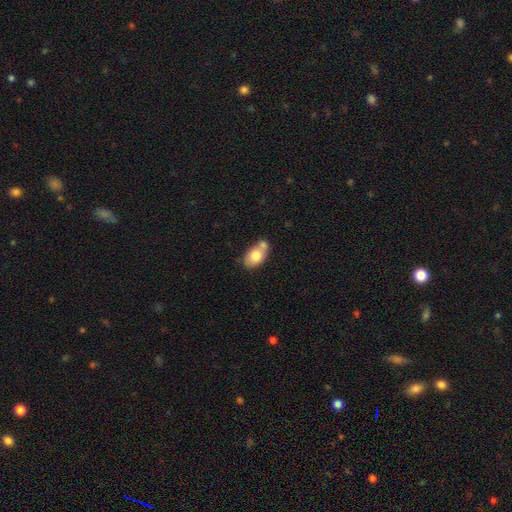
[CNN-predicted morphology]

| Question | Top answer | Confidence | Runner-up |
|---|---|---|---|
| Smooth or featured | smooth | 74% | featured or disk (19%) |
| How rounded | in between | 82% | round (16%) |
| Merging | merger | 44% | none (35%) |